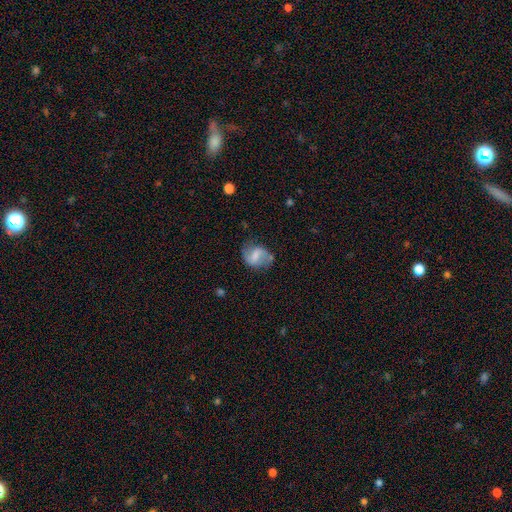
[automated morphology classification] This appears to be a featured or disk galaxy (60%) with a weak bar (48%), spiral arms (84%) and no central bulge (33%). Merging: none (64%).